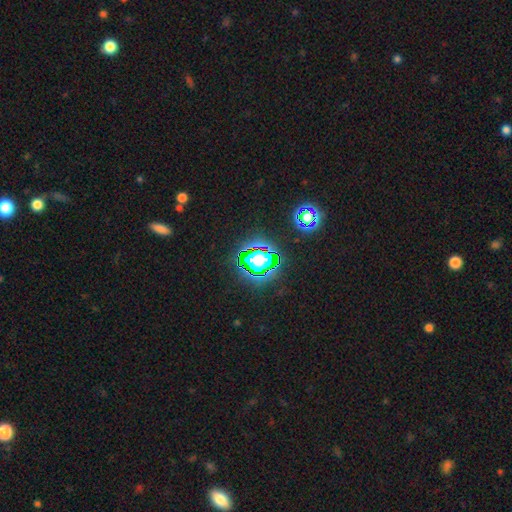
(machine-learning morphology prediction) Smooth or featured? star or artifact (80%)